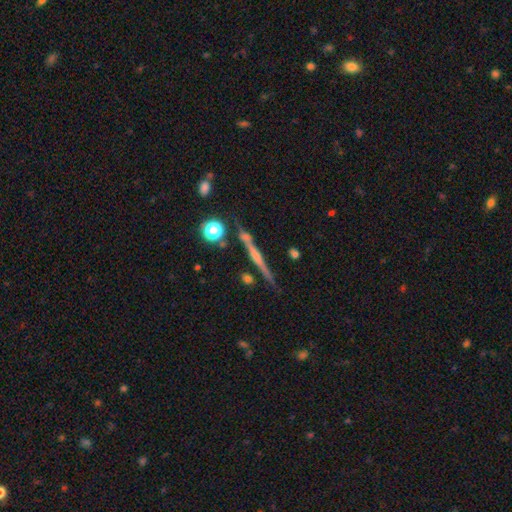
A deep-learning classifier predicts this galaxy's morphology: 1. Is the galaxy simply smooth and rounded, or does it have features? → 66% featured or disk, 20% smooth, 14% star or artifact.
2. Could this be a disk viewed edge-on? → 95% yes, 5% no.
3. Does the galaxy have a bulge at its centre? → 51% rounded, 37% none, 12% boxy.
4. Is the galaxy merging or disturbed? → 82% none, 8% minor disturbance, 6% merger, 4% major disturbance.